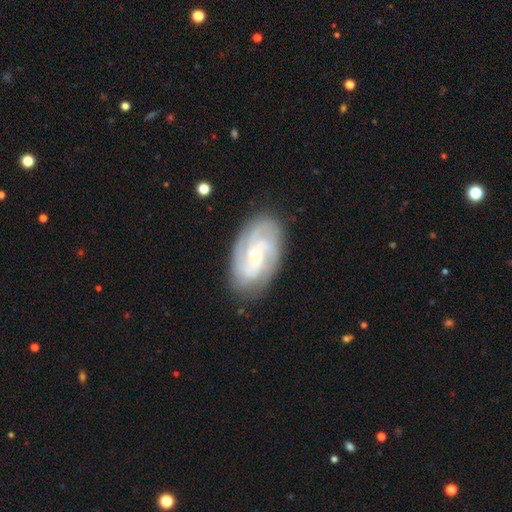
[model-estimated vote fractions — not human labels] Smooth or featured: featured or disk — 83% (smooth — 12%)
Edge-on disk: no — 96% (yes — 4%)
Bar: no — 59% (weak — 34%)
Spiral arms: yes — 96% (no — 4%)
Spiral winding: tight — 53% (medium — 37%)
Spiral arm count: 3 — 31% (can't tell — 22%)
Bulge size: small — 72% (moderate — 24%)
Merging: none — 80% (minor disturbance — 15%)